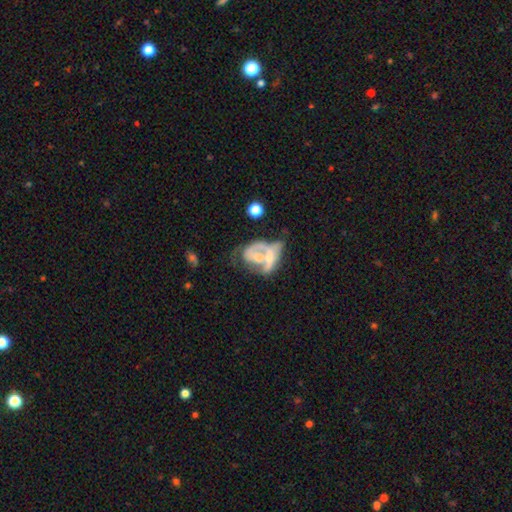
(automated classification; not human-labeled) The model was most divided on "bulge size": moderate: 42%, small: 26%, none: 20%, large: 9%, dominant: 2%. More confident: edge-on disk — no (95%); bar — no (75%); spiral arms — no (61%); smooth or featured — featured or disk (61%); merging — merger (52%).